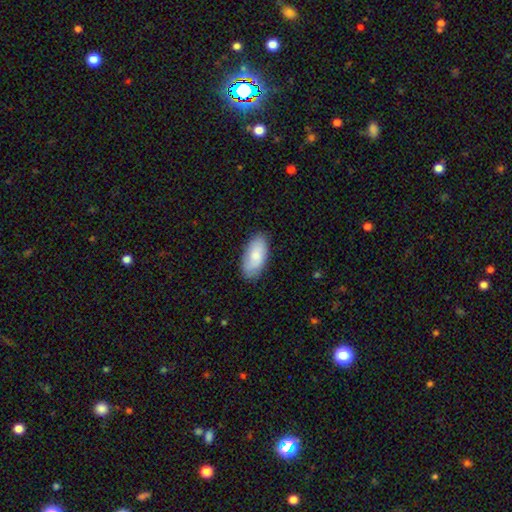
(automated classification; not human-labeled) Overall: smooth (76%). How rounded: in between (93%). Merging: none (82%).